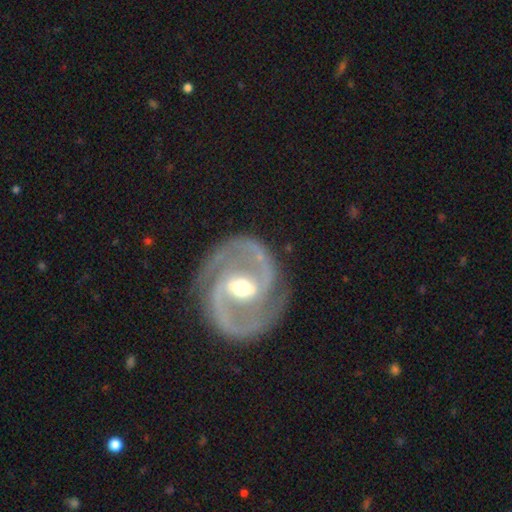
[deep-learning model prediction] smooth-or-featured: featured or disk: 93% | star or artifact: 4% | smooth: 3%
  disk-edge-on: no: 98% | yes: 2%
    bar: weak: 43% | strong: 35% | no: 23%
    has-spiral-arms: yes: 98% | no: 2%
      spiral-winding: medium: 56% | tight: 35% | loose: 8%
      spiral-arm-count: 2: 93% | 3: 2% | can't tell: 1% | 1: 1% | 4: 1% | more than 4: 1%
    bulge-size: moderate: 73% | small: 20% | large: 5% | none: 1% | dominant: 1%
  merging: none: 83% | minor disturbance: 12% | major disturbance: 4% | merger: 1%